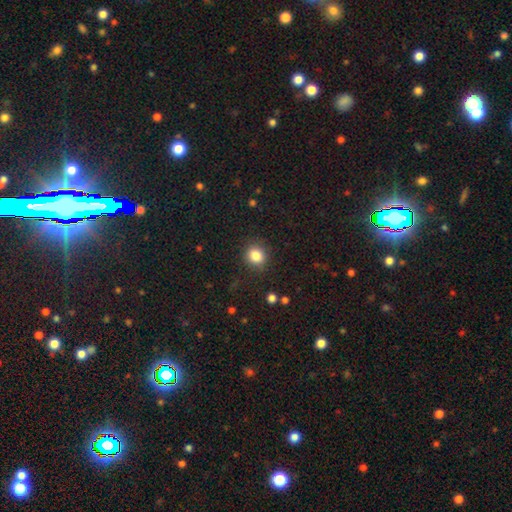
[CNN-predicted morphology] Overall: smooth (84%). How rounded: round (77%). Merging: none (88%).